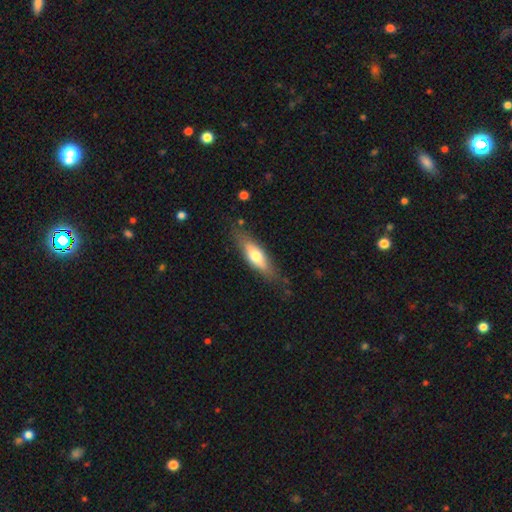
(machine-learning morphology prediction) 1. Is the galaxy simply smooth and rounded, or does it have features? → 58% smooth, 36% featured or disk, 6% star or artifact.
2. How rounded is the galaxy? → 51% in between, 46% cigar-shaped, 2% round.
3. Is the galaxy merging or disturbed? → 76% none, 18% minor disturbance, 4% major disturbance, 2% merger.